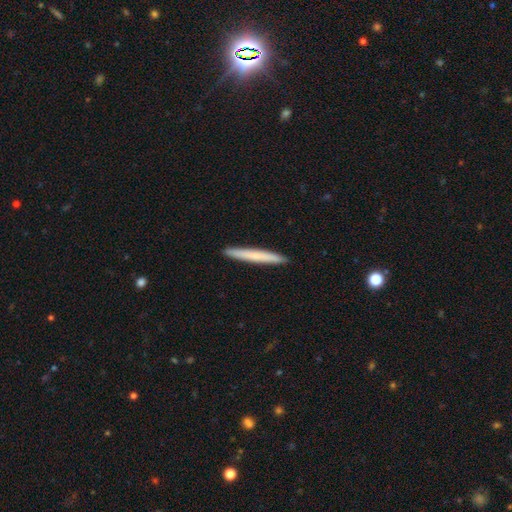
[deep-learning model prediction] smooth 67%, featured or disk 28%, star or artifact 6%. Down the decision tree: how rounded — cigar-shaped (97%); merging — none (93%).